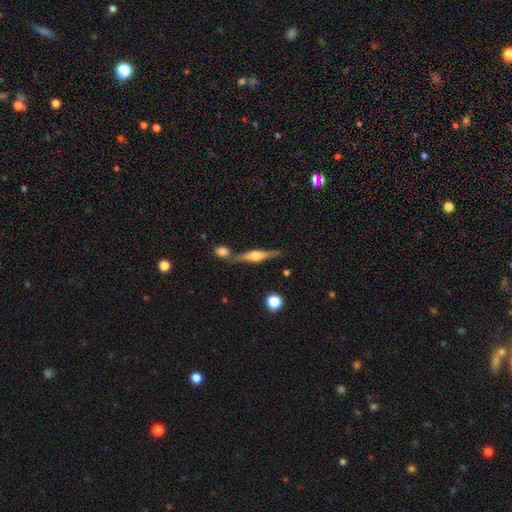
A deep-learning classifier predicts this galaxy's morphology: type=featured or disk (73%); edge-on=yes (96%); edge-on bulge=rounded (90%); merging=none (71%).